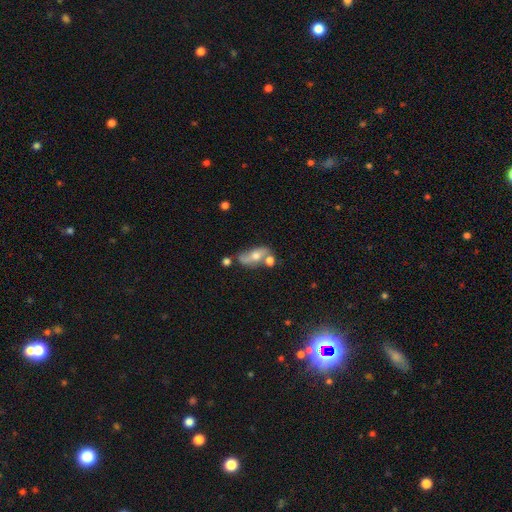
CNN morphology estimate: A featured or disk galaxy (51%).

Vote fractions:
- Smooth or featured? featured or disk: 51% / smooth: 40% / star or artifact: 9%
- Edge-on disk? no: 79% / yes: 21%
- Merging? none: 42% / merger: 30% / minor disturbance: 17% / major disturbance: 10%